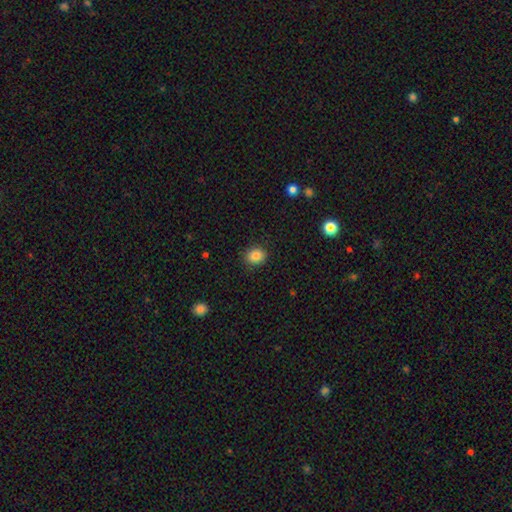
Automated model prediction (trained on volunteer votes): This is clearly a smooth galaxy (85%). How rounded: likely round (64%). Merging: clearly none (90%).